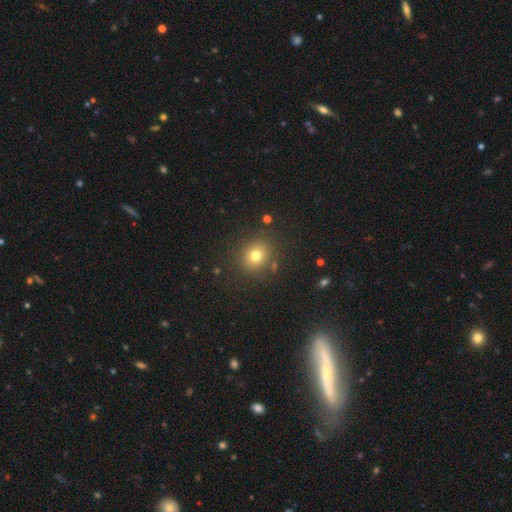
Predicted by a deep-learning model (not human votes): Smooth or featured? smooth (75%)
How rounded? round (81%)
Merging? none (85%)